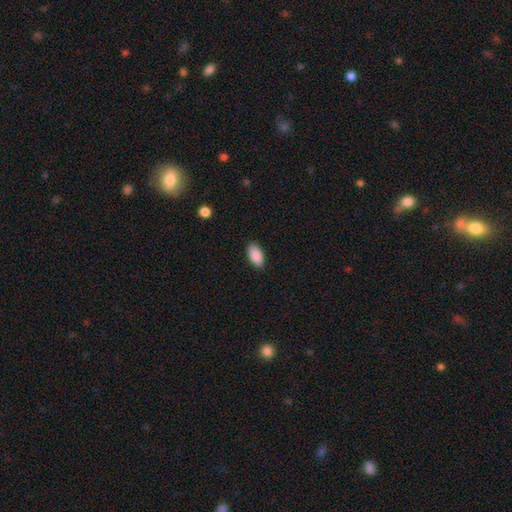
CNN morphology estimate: smooth 90%, star or artifact 6%, featured or disk 4%. Down the decision tree: how rounded — in between (94%); merging — none (87%).